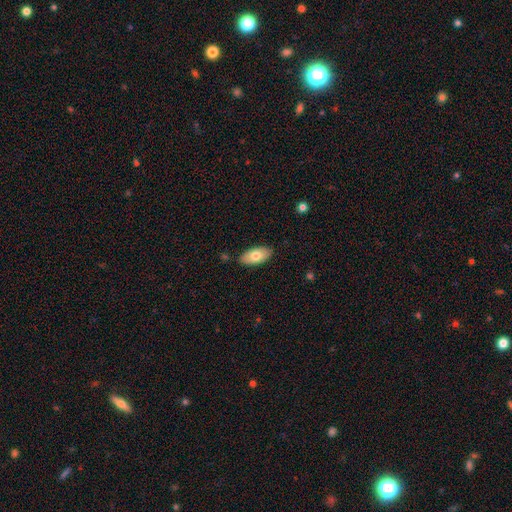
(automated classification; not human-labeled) smooth 75%, featured or disk 19%, star or artifact 6%. Down the decision tree: how rounded — in between (94%); merging — none (85%).